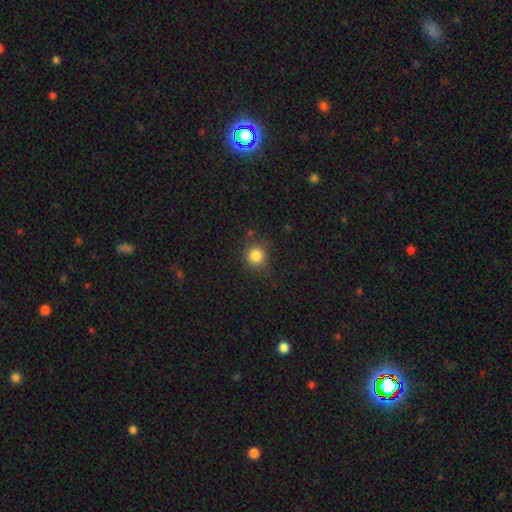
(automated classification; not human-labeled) smooth_or_featured: smooth (p=0.84) [alt: star or artifact p=0.11]
how_rounded: round (p=0.90) [alt: in between p=0.09]
merging: none (p=0.82) [alt: minor disturbance p=0.12]